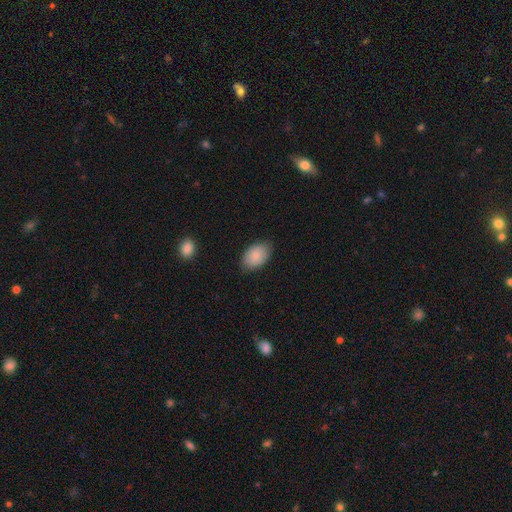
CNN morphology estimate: A smooth galaxy with no disk features (87%) that is in between round and cigar-shaped (91%). Merging: none (83%).